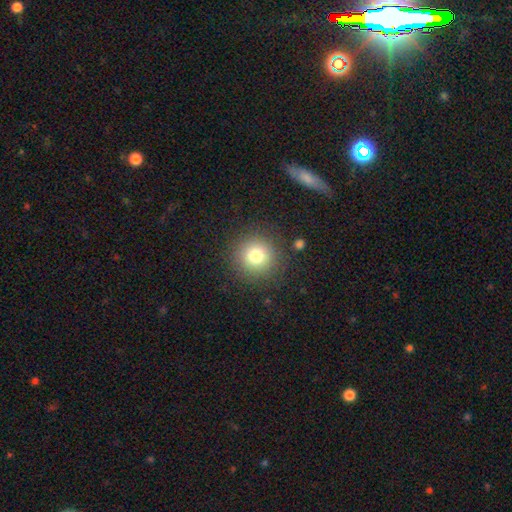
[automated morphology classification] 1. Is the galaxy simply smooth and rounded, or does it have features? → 79% smooth, 12% star or artifact, 9% featured or disk.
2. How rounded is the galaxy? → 94% round, 5% in between, 1% cigar-shaped.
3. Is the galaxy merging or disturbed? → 87% none, 8% minor disturbance, 4% major disturbance, 2% merger.